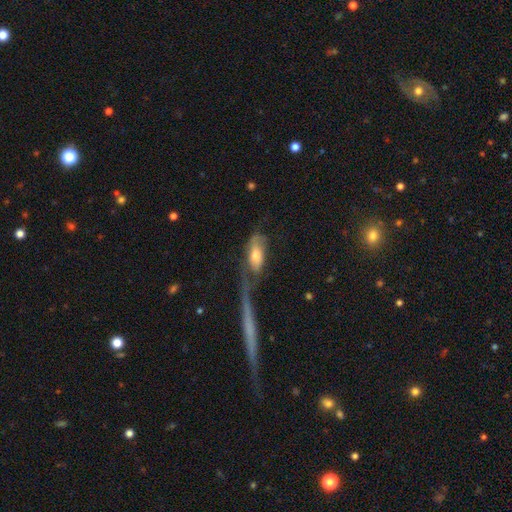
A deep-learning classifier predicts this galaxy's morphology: Smooth or featured: smooth — 58% (featured or disk — 35%)
How rounded: in between — 73% (cigar-shaped — 23%)
Merging: merger — 33% (none — 26%)